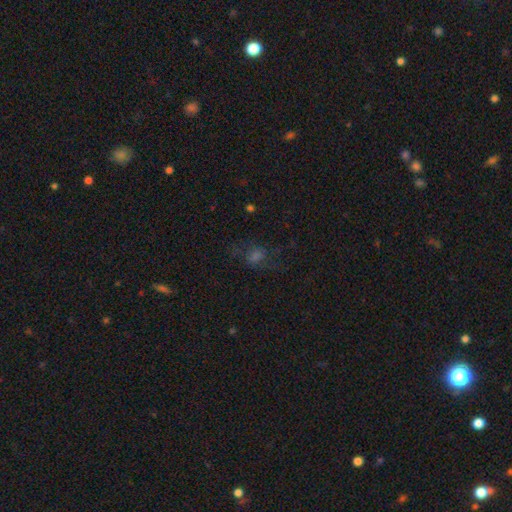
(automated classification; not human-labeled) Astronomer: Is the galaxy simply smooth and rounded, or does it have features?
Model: smooth — 42% (runner-up: star or artifact, 36%).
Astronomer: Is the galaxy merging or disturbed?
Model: none — 58%.